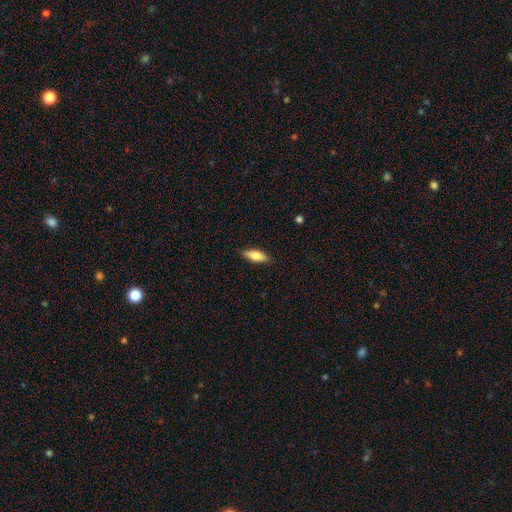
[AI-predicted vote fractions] Overall: smooth (75%). How rounded: in between (63%; cigar-shaped 35%). Merging: none (87%).